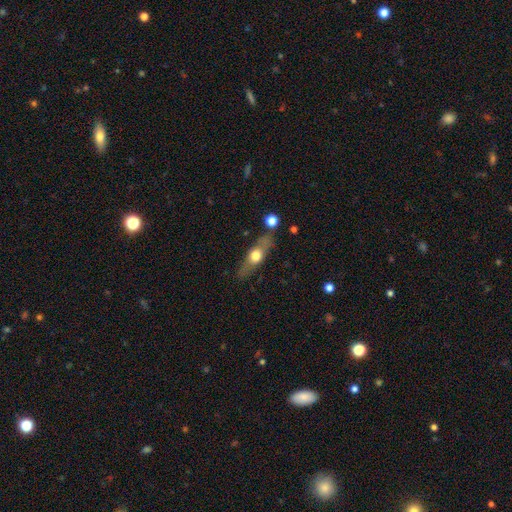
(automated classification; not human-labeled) A smooth galaxy with no disk features (48%). Merging: none (75%).